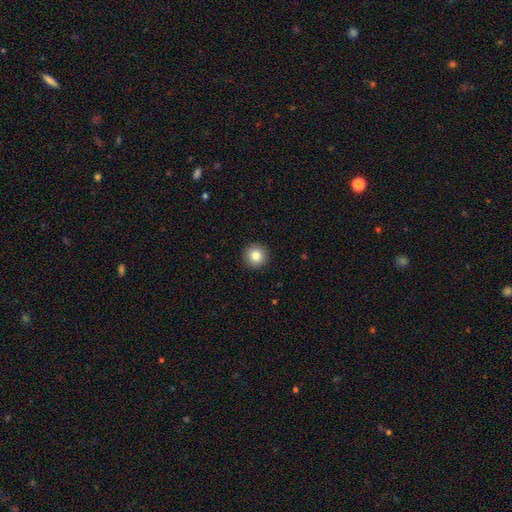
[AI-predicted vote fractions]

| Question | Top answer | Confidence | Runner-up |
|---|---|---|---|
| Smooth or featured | smooth | 83% | star or artifact (9%) |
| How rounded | round | 96% | in between (3%) |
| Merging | none | 93% | minor disturbance (5%) |